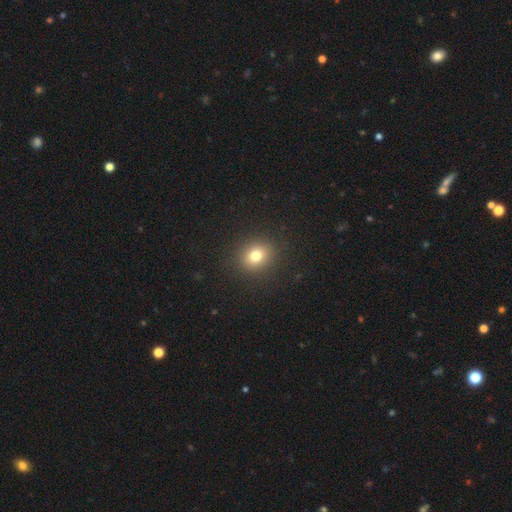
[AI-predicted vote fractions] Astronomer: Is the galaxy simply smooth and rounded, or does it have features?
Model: smooth — 78%.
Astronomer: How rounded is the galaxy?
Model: round — 70%.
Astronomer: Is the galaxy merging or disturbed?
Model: none — 90%.